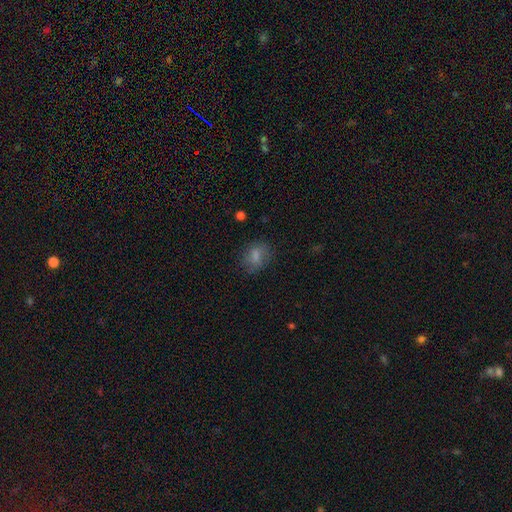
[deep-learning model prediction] A smooth galaxy with no disk features (75%) that is in between round and cigar-shaped (67%).

Vote fractions:
- Smooth or featured? smooth: 75% / featured or disk: 14% / star or artifact: 11%
- How rounded? in between: 67% / round: 31% / cigar-shaped: 2%
- Merging? none: 68% / minor disturbance: 20% / major disturbance: 9% / merger: 2%